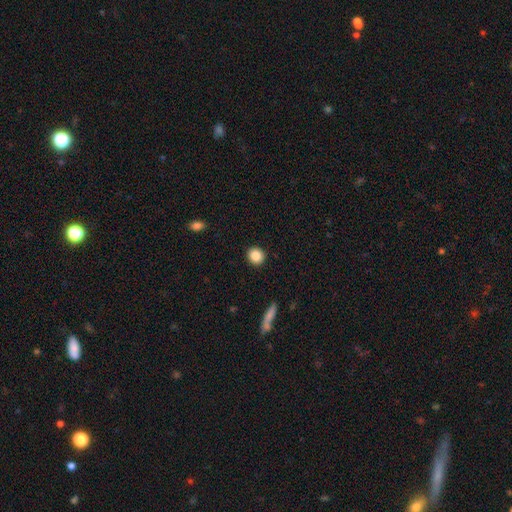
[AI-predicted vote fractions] This is clearly a smooth galaxy (87%). How rounded: clearly round (85%). Merging: clearly none (91%).